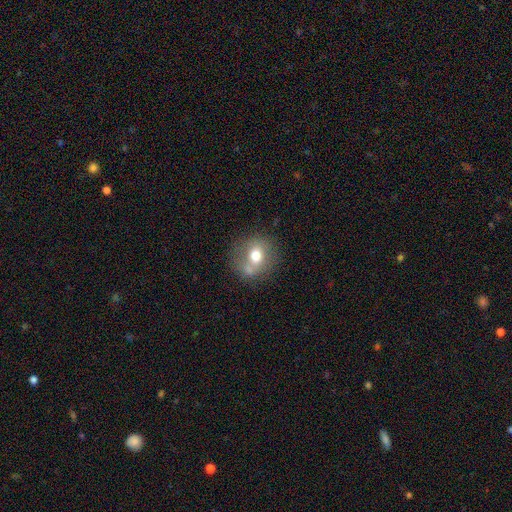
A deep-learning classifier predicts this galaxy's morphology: Smooth or featured? Predicted: smooth (p=0.66). How rounded? Predicted: round (p=0.74). Merging? Predicted: none (p=0.58).